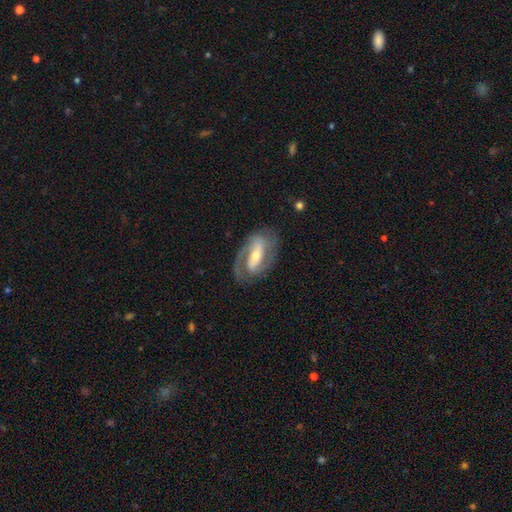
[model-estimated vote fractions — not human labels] smooth-or-featured: featured or disk: 86% | smooth: 9% | star or artifact: 5%
  disk-edge-on: no: 95% | yes: 5%
    bar: strong: 57% | weak: 28% | no: 15%
    has-spiral-arms: yes: 93% | no: 7%
      spiral-winding: medium: 46% | tight: 37% | loose: 17%
      spiral-arm-count: 2: 81% | 1: 10% | can't tell: 5% | 3: 2% | 4: 1% | more than 4: 1%
    bulge-size: moderate: 49% | small: 46% | large: 3% | none: 1% | dominant: 1%
  merging: none: 76% | minor disturbance: 15% | major disturbance: 8% | merger: 1%